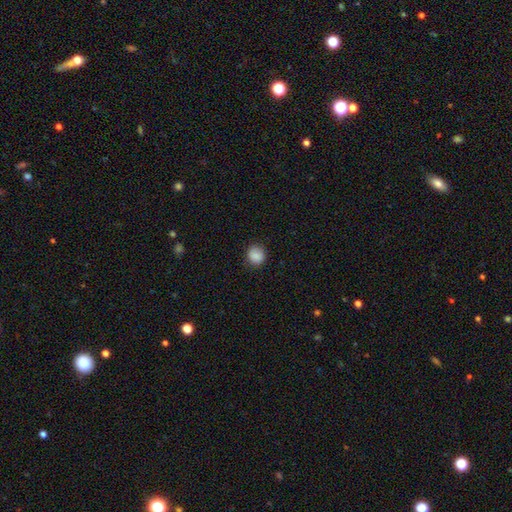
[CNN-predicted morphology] Q: Smooth or featured?
A: smooth (88%); runner-up: star or artifact (9%)
Q: How rounded?
A: round (85%); runner-up: in between (14%)
Q: Merging?
A: none (85%); runner-up: minor disturbance (11%)